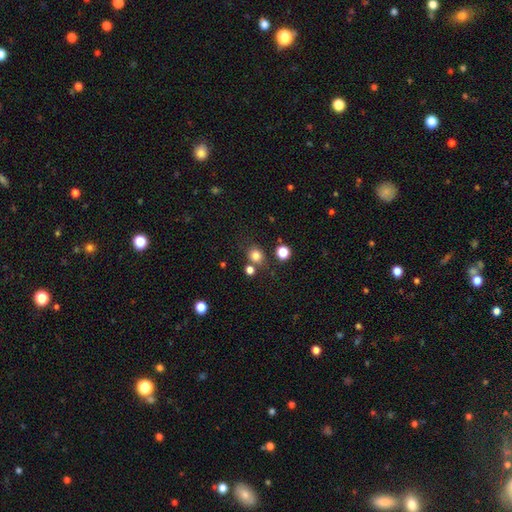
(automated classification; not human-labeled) The model was most divided on "how rounded": round: 76%, in between: 23%, cigar-shaped: 1%. More confident: smooth or featured — smooth (80%); merging — none (73%).